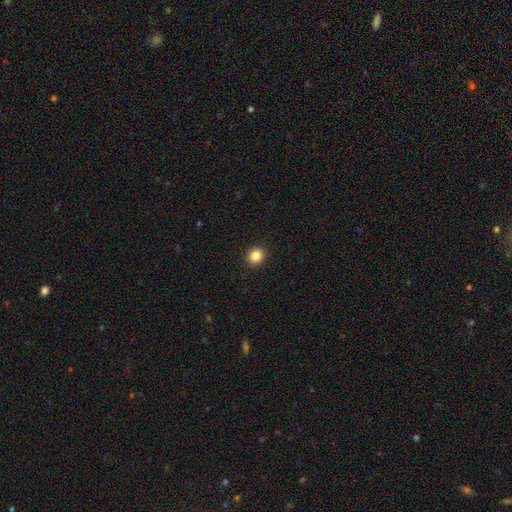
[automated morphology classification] smooth-or-featured: smooth: 85% | star or artifact: 11% | featured or disk: 4%
  how-rounded: round: 73% | in between: 26% | cigar-shaped: 1%
  merging: none: 92% | minor disturbance: 5% | major disturbance: 2% | merger: 1%